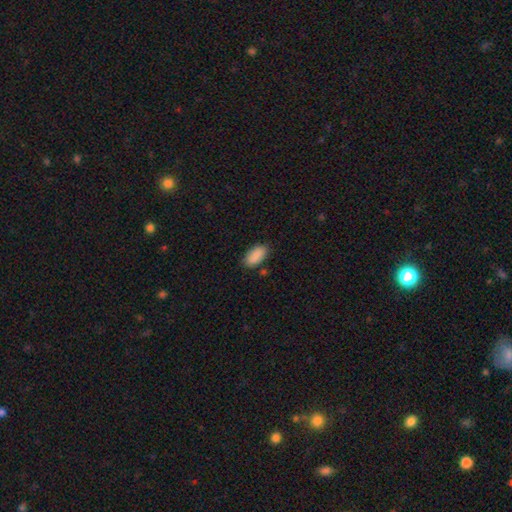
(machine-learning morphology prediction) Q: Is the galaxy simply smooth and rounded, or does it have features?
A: smooth — 90%.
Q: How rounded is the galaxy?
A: in between — 92%.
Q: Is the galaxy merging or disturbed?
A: none — 83%.